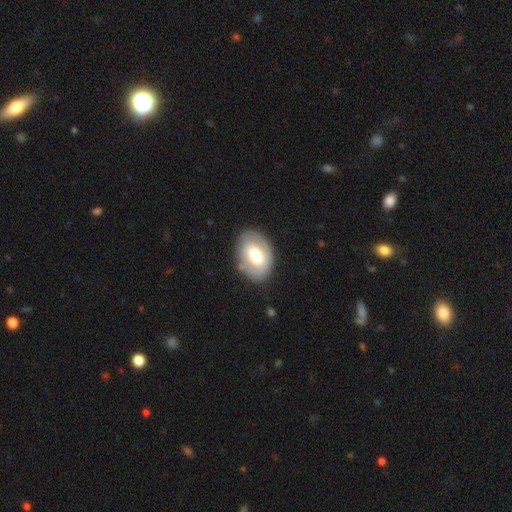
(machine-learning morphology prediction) Overall: smooth (58%; featured or disk 36%). How rounded: in between (83%). Merging: none (77%).